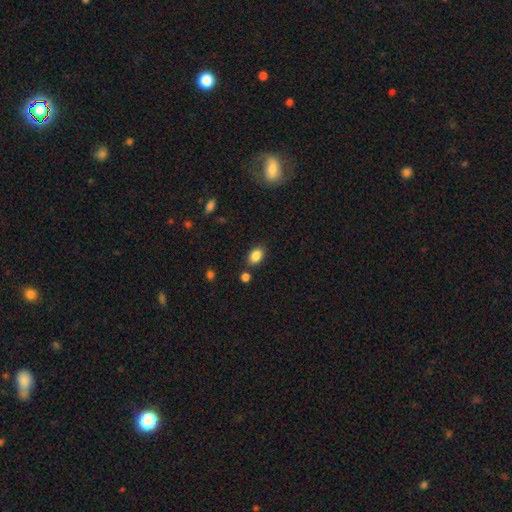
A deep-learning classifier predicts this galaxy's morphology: Smooth or featured? Predicted: smooth (p=0.86). How rounded? Predicted: in between (p=0.80). Merging? Predicted: none (p=0.79).